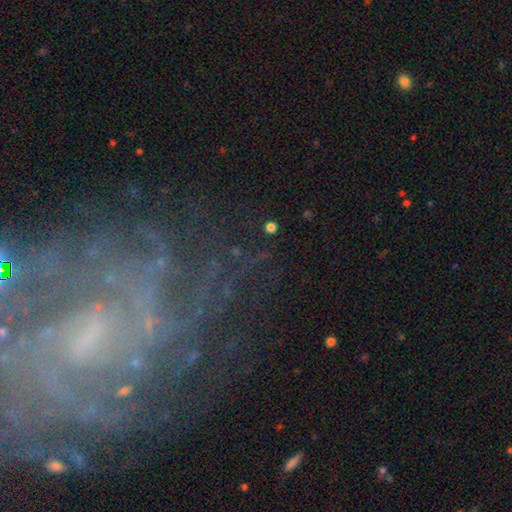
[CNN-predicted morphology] Smooth or featured? Predicted: featured or disk (p=0.77). Edge-on disk? Predicted: no (p=0.97). Bar? Predicted: weak (p=0.43). Spiral arms? Predicted: yes (p=0.83). Spiral winding? Predicted: tight (p=0.55). Spiral arm count? Predicted: can't tell (p=0.47). Bulge size? Predicted: small (p=0.49). Merging? Predicted: none (p=0.66).